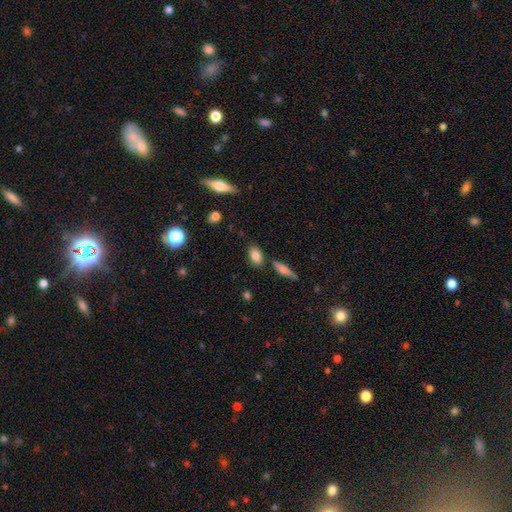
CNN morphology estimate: Smooth or featured?
  - smooth: 84% *
  - featured or disk: 9%
  - star or artifact: 8%
How rounded?
  - in between: 88% *
  - round: 7%
  - cigar-shaped: 5%
Merging?
  - none: 78% *
  - minor disturbance: 12%
  - merger: 7%
  - major disturbance: 3%